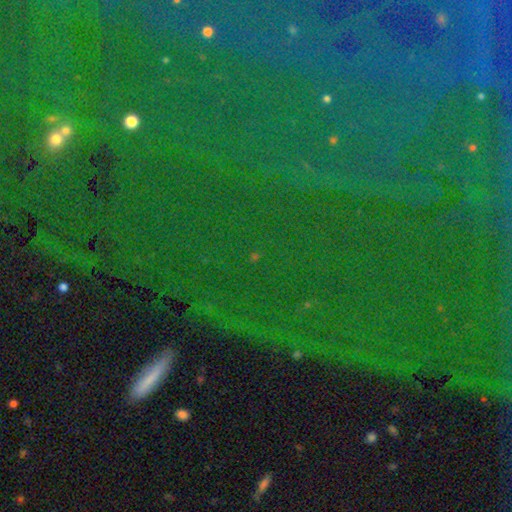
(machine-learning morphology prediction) type=star or artifact (76%).